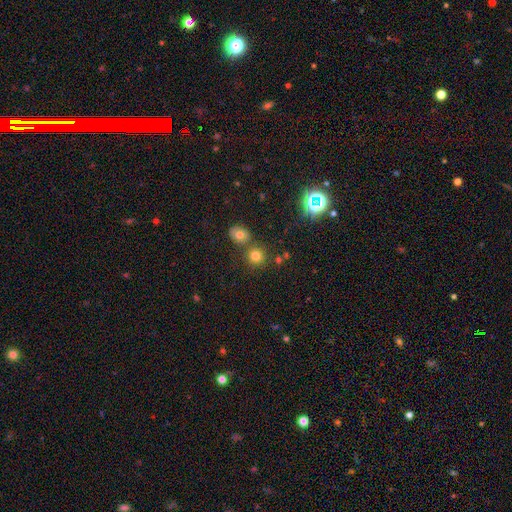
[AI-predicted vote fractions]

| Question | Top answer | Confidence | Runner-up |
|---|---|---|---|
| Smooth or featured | smooth | 76% | star or artifact (16%) |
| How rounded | round | 86% | in between (12%) |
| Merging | none | 71% | merger (18%) |